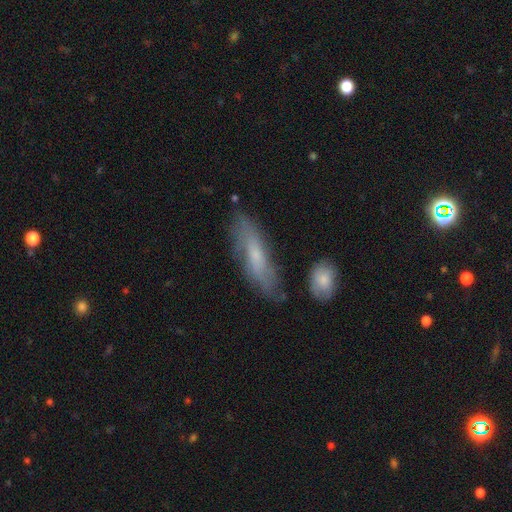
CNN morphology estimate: Smooth or featured? smooth (49%)
Merging? none (72%)